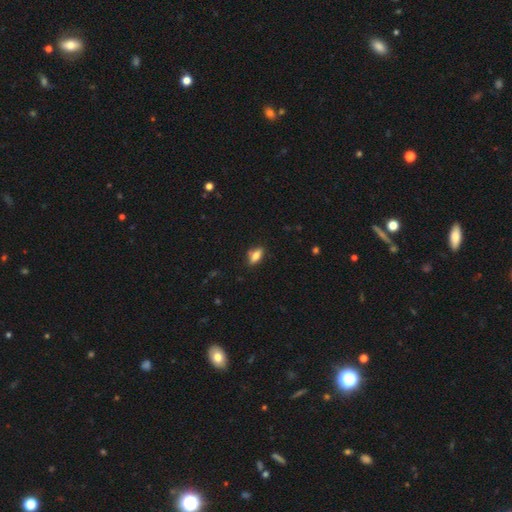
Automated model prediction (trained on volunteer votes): smooth_or_featured: smooth (p=0.75) [alt: featured or disk p=0.16]
how_rounded: in between (p=0.78) [alt: cigar-shaped p=0.17]
merging: none (p=0.75) [alt: minor disturbance p=0.18]